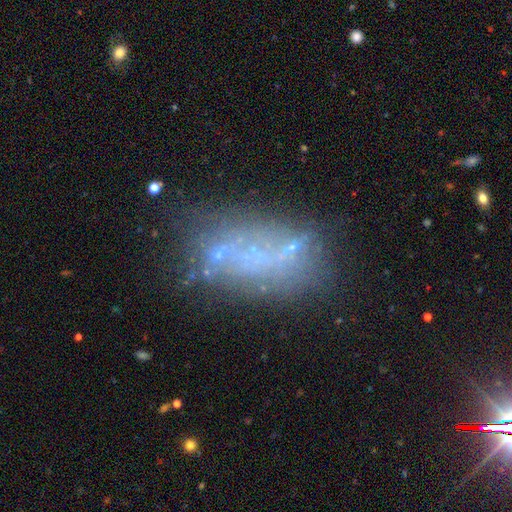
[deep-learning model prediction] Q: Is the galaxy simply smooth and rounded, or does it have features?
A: featured or disk — 48%.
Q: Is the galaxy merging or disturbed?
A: none — 47%.